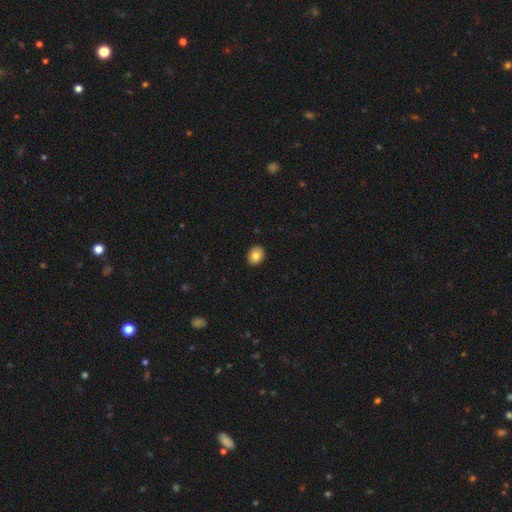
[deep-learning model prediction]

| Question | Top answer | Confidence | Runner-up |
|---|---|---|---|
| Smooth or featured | smooth | 82% | featured or disk (10%) |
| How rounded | round | 52% | in between (47%) |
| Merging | none | 91% | minor disturbance (6%) |